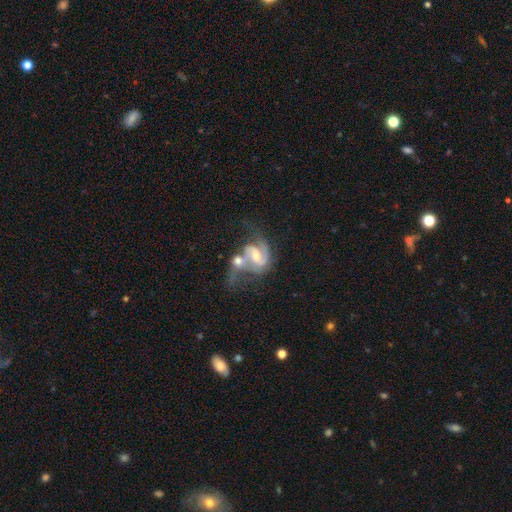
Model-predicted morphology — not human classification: Smooth or featured? Predicted: featured or disk (p=0.83). Edge-on disk? Predicted: no (p=0.97). Bar? Predicted: weak (p=0.50). Spiral arms? Predicted: yes (p=0.94). Spiral winding? Predicted: medium (p=0.49). Spiral arm count? Predicted: 2 (p=0.79). Bulge size? Predicted: moderate (p=0.52). Merging? Predicted: merger (p=0.55).